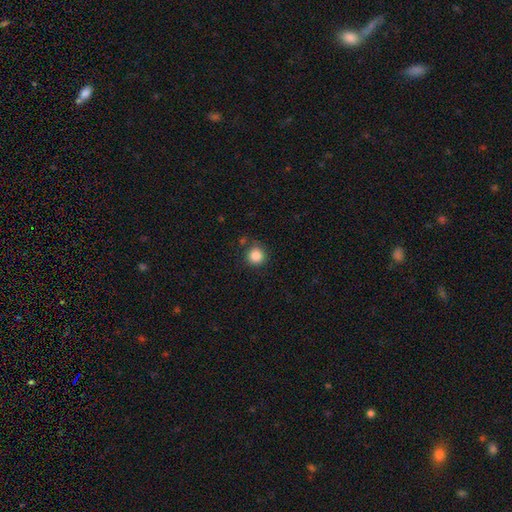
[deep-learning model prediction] Morphology: type=smooth (86%); roundness=round (94%); merging=none (81%).